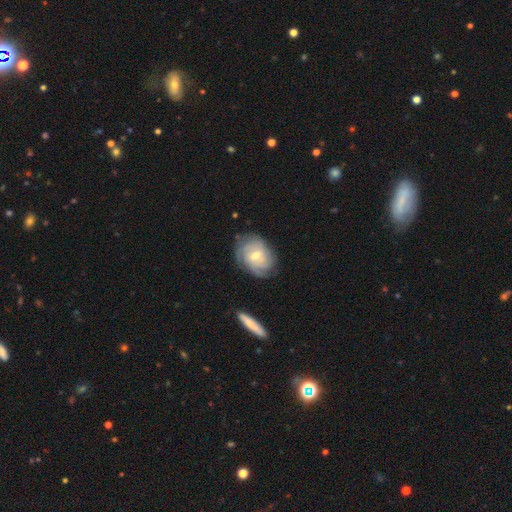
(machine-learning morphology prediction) Smooth or featured? Predicted: featured or disk (p=0.69). Edge-on disk? Predicted: no (p=0.96). Bar? Predicted: weak (p=0.48). Spiral arms? Predicted: yes (p=0.89). Spiral winding? Predicted: tight (p=0.63). Spiral arm count? Predicted: can't tell (p=0.47). Bulge size? Predicted: moderate (p=0.48, tied with small). Merging? Predicted: none (p=0.70).